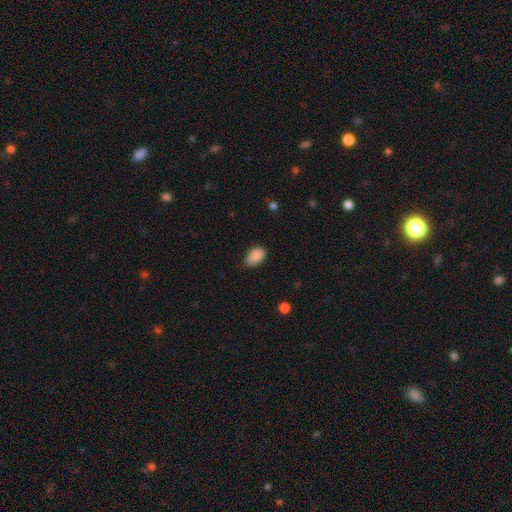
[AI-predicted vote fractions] This appears to be a smooth galaxy with no disk features (89%) that is in between round and cigar-shaped (91%). Merging: none (72%).